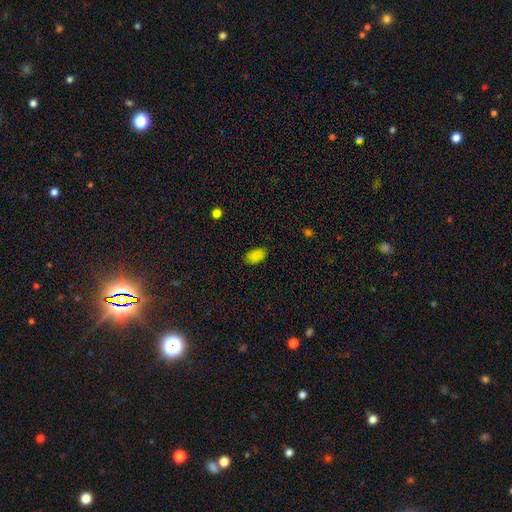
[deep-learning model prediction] A smooth galaxy with no disk features (86%) that is in between round and cigar-shaped (93%).

Vote fractions:
- Smooth or featured? smooth: 86% / star or artifact: 10% / featured or disk: 4%
- How rounded? in between: 93% / round: 5% / cigar-shaped: 2%
- Merging? none: 85% / minor disturbance: 11% / major disturbance: 3% / merger: 1%